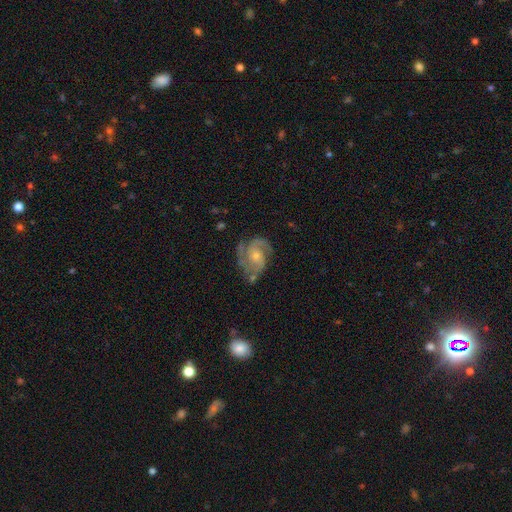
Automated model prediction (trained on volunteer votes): Smooth or featured? featured or disk (87%)
Edge-on disk? no (98%)
Bar? no (65%)
Spiral arms? yes (97%)
Spiral winding? medium (49%)
Spiral arm count? 2 (54%)
Bulge size? small (51%)
Merging? none (69%)